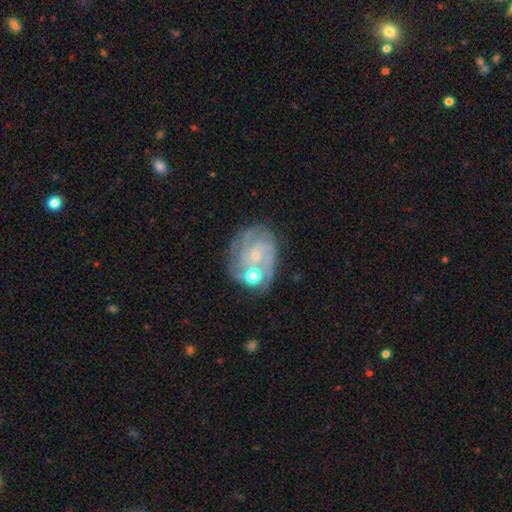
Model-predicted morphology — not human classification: Smooth or featured? Predicted: featured or disk (p=0.79). Edge-on disk? Predicted: no (p=0.98). Bar? Predicted: no (p=0.72). Spiral arms? Predicted: yes (p=0.93). Spiral winding? Predicted: tight (p=0.64). Spiral arm count? Predicted: 3 (p=0.29). Bulge size? Predicted: small (p=0.70). Merging? Predicted: none (p=0.60).